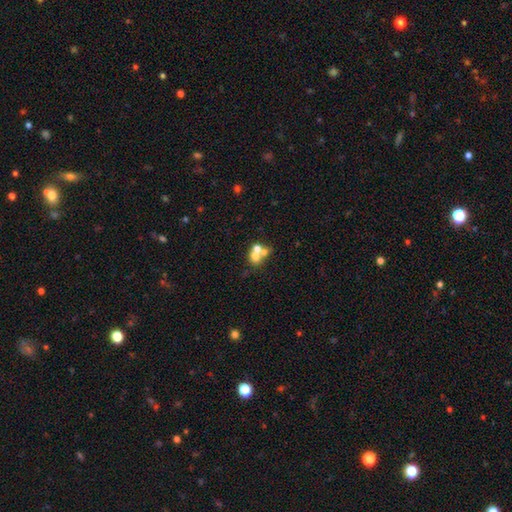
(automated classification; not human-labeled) Smooth or featured? Predicted: smooth (p=0.57). How rounded? Predicted: round (p=0.56). Merging? Predicted: merger (p=0.60).